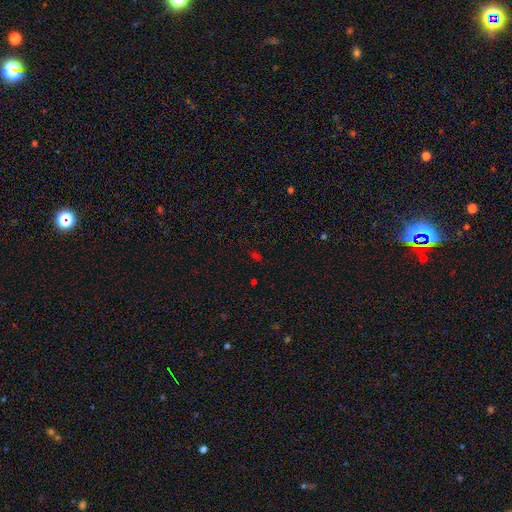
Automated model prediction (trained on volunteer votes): This is possibly a smooth galaxy (47%). Merging: likely none (78%).